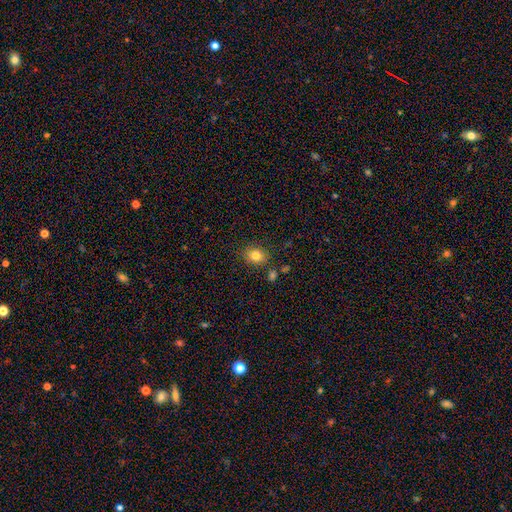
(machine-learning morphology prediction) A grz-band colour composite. It shows a smooth galaxy with no disk features (82%) that is round (54%). Merging: none (83%).